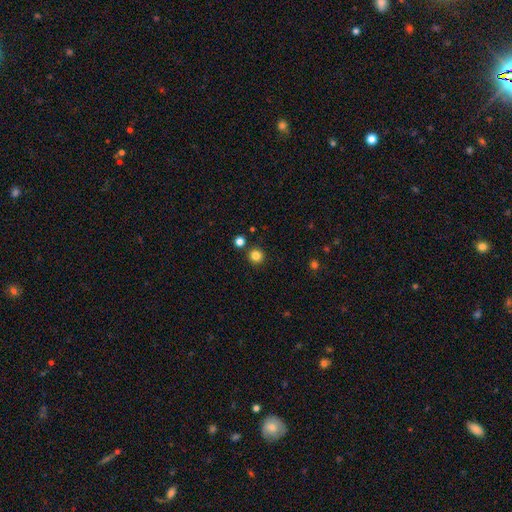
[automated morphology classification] smooth 83%, star or artifact 13%, featured or disk 4%. Down the decision tree: how rounded — round (93%); merging — none (88%).